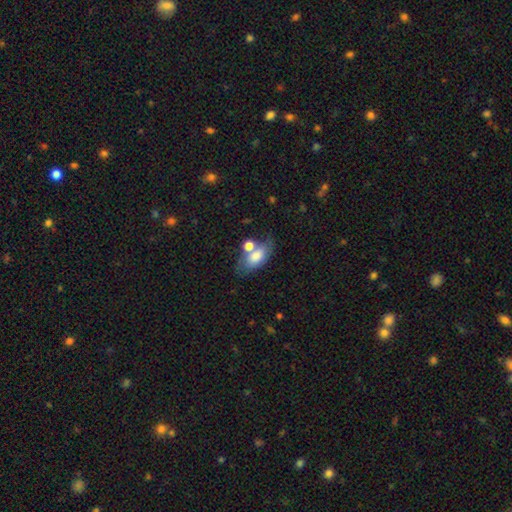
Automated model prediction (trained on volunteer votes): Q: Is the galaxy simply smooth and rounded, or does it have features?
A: smooth — 71%.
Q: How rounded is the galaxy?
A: in between — 88%.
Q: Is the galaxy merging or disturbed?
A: none — 42%.